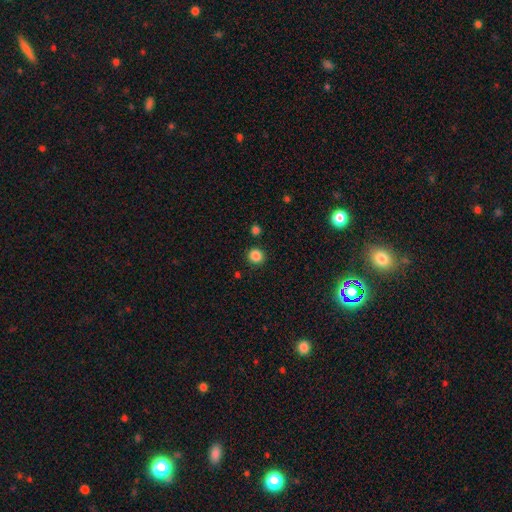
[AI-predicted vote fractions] This is clearly a smooth galaxy (85%). How rounded: clearly round (93%). Merging: clearly none (90%).